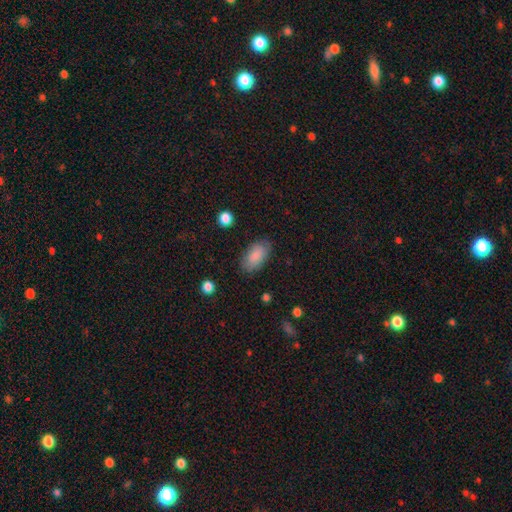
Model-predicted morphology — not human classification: Smooth or featured: smooth — 86% (featured or disk — 8%)
How rounded: in between — 94% (round — 3%)
Merging: none — 81% (minor disturbance — 14%)